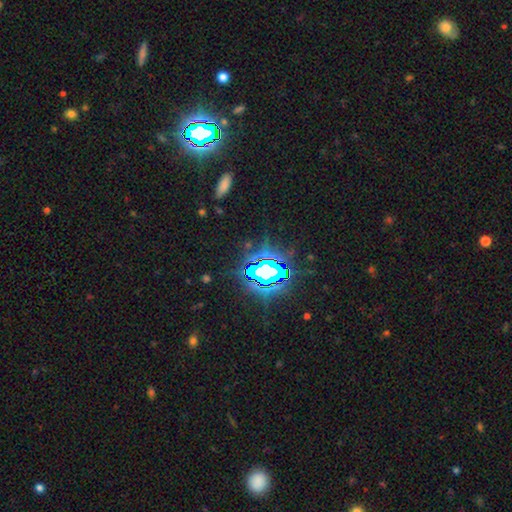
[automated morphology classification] smooth_or_featured: star or artifact (p=0.82) [alt: smooth p=0.10]